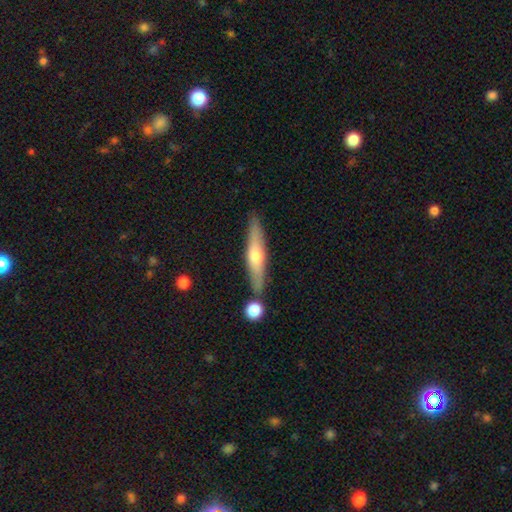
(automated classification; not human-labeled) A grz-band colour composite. It shows a featured or disk galaxy (52%) viewed edge-on (92%). Merging: none (82%).